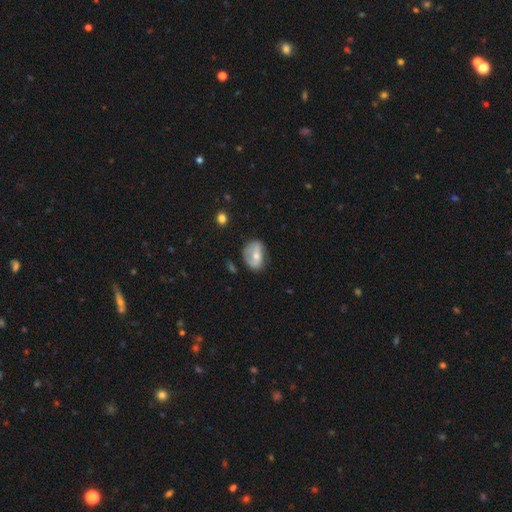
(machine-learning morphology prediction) Smooth or featured?
  - smooth: 48% *
  - featured or disk: 44%
  - star or artifact: 7%
Merging?
  - none: 55% *
  - minor disturbance: 30%
  - major disturbance: 12%
  - merger: 3%